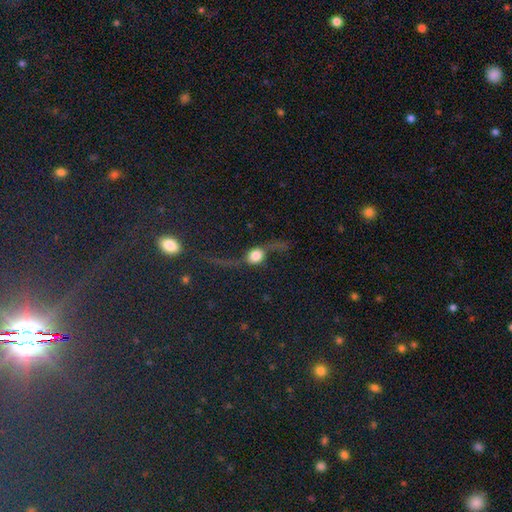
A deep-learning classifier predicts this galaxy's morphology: Smooth or featured: featured or disk — 48% (smooth — 39%)
Merging: none — 44% (major disturbance — 30%)